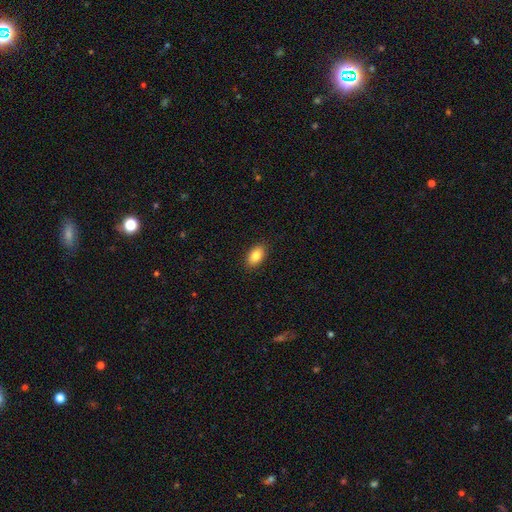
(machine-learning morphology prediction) Smooth or featured?
  - smooth: 85% *
  - star or artifact: 8%
  - featured or disk: 7%
How rounded?
  - in between: 92% *
  - round: 6%
  - cigar-shaped: 2%
Merging?
  - none: 89% *
  - minor disturbance: 8%
  - major disturbance: 2%
  - merger: 1%